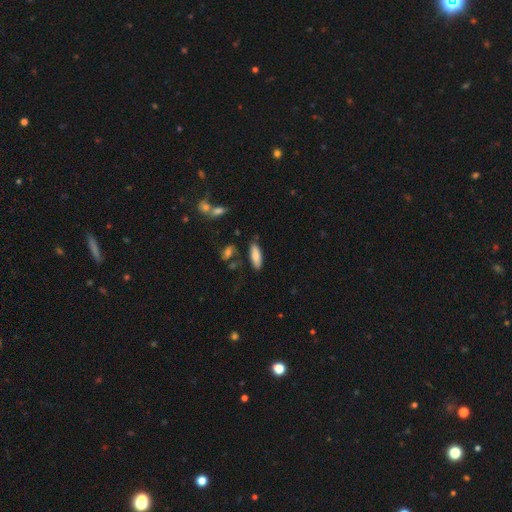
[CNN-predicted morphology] Q: Smooth or featured?
A: smooth (79%); runner-up: featured or disk (14%)
Q: How rounded?
A: in between (58%); runner-up: cigar-shaped (41%)
Q: Merging?
A: none (78%); runner-up: minor disturbance (14%)